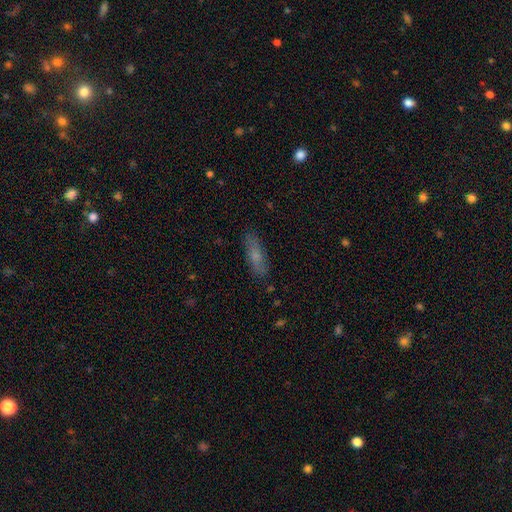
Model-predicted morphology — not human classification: Smooth or featured?
  - smooth: 62% *
  - featured or disk: 30%
  - star or artifact: 8%
How rounded?
  - cigar-shaped: 57% *
  - in between: 40%
  - round: 3%
Merging?
  - none: 82% *
  - minor disturbance: 13%
  - major disturbance: 3%
  - merger: 1%